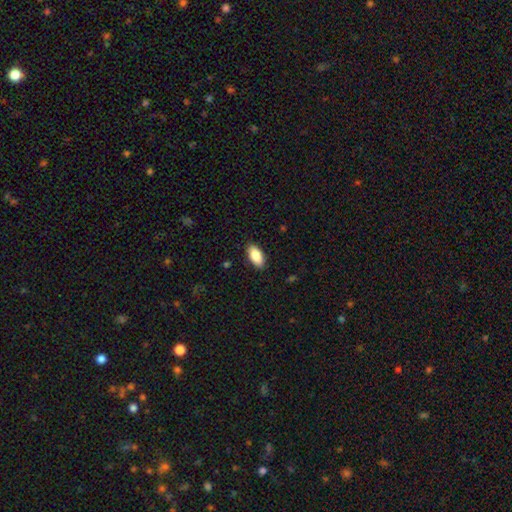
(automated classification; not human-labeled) Smooth or featured? smooth (86%)
How rounded? in between (91%)
Merging? none (89%)